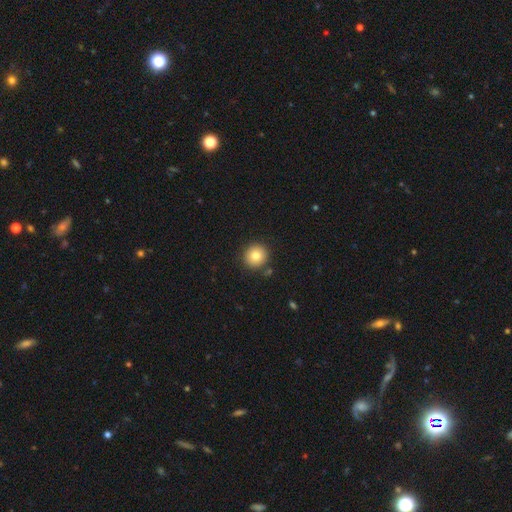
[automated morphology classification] smooth 80%, star or artifact 10%, featured or disk 10%. Down the decision tree: how rounded — round (93%); merging — none (88%).